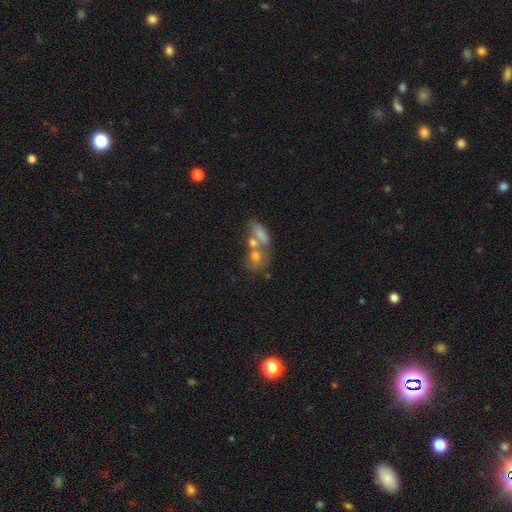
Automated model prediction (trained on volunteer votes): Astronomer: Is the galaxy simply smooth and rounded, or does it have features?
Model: smooth — 59%.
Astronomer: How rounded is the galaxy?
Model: in between — 53% (runner-up: round, 42%).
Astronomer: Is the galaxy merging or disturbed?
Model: merger — 52% (runner-up: none, 30%).